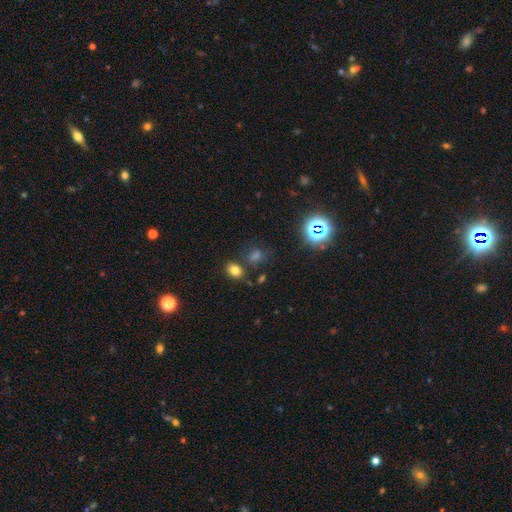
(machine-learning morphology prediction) The model was most divided on "how rounded": in between: 52%, round: 47%, cigar-shaped: 2%. More confident: merging — none (72%); smooth or featured — smooth (57%).